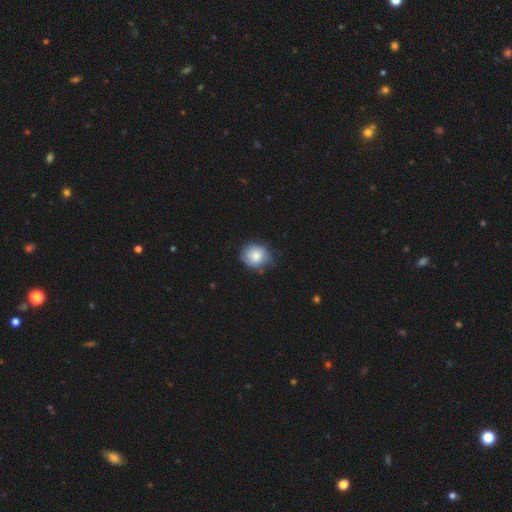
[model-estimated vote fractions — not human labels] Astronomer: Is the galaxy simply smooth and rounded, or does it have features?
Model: smooth — 80%.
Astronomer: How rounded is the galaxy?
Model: round — 74%.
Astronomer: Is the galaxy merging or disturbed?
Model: none — 67%.